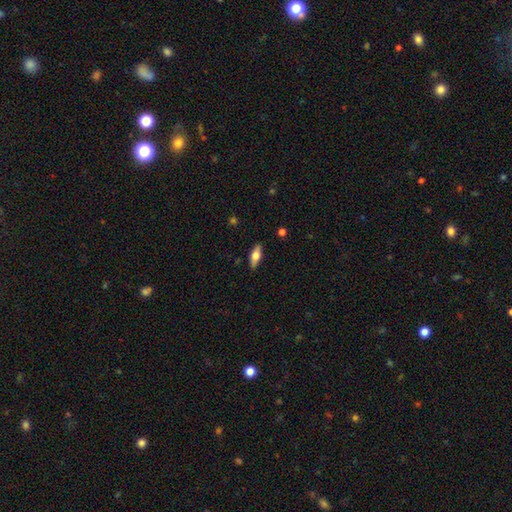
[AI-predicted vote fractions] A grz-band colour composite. It shows a smooth galaxy with no disk features (50%). Merging: none (88%).